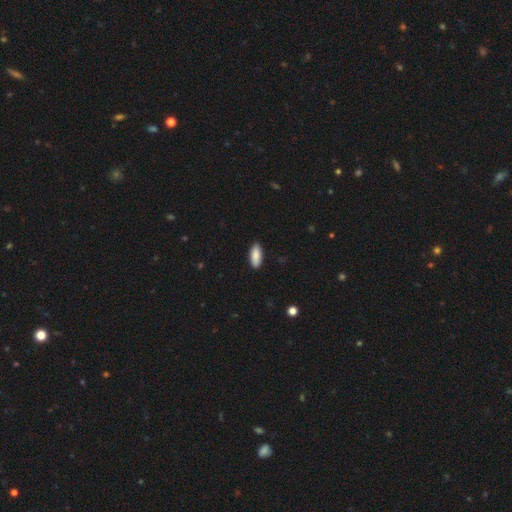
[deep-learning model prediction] The model was most divided on "how rounded": in between: 82%, cigar-shaped: 16%, round: 2%. More confident: merging — none (89%); smooth or featured — smooth (88%).